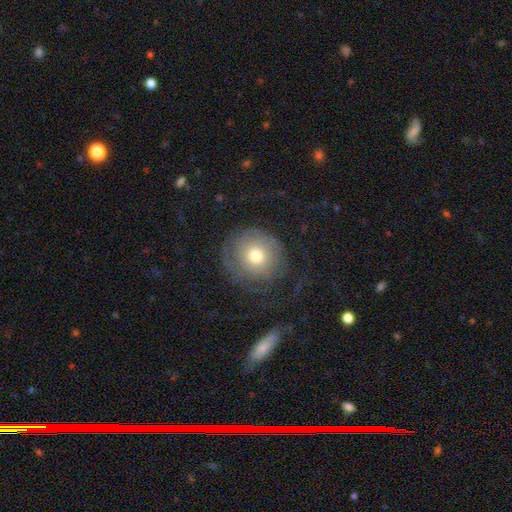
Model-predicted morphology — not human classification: Overall: smooth (47%; featured or disk 43%). Merging: none (62%).